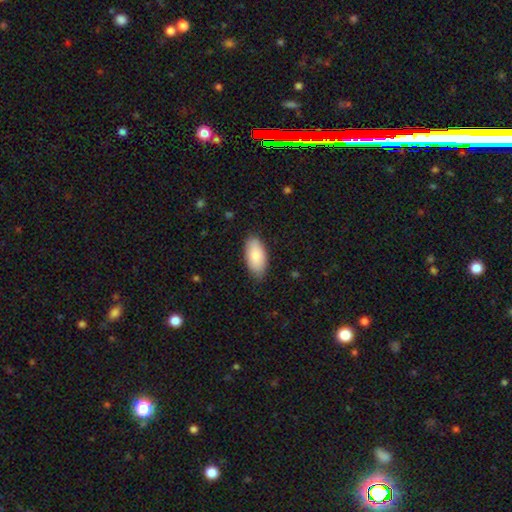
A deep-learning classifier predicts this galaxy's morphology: The model was most divided on "merging": none: 80%, minor disturbance: 16%, major disturbance: 3%, merger: 1%. More confident: how rounded — in between (94%); smooth or featured — smooth (85%).